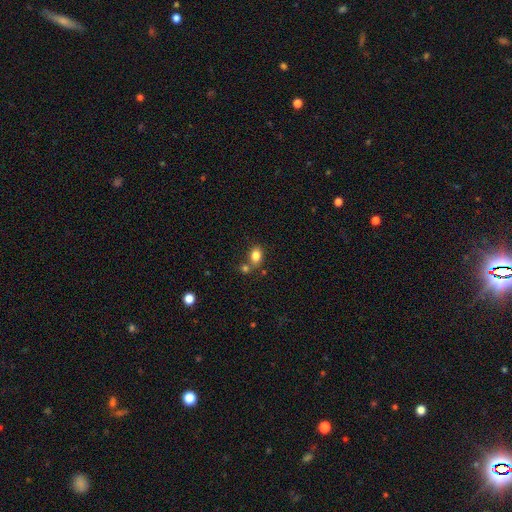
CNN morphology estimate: Overall: smooth (82%). How rounded: in between (76%). Merging: none (61%; merger 23%).